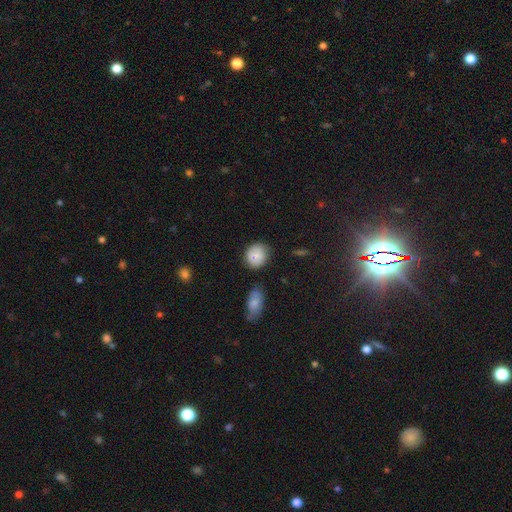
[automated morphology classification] This appears to be a smooth galaxy with no disk features (80%) that is round (75%). Merging: none (76%).